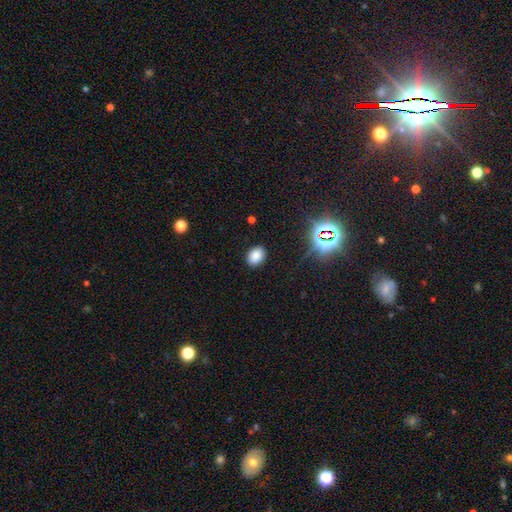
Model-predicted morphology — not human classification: Smooth or featured: smooth — 82% (star or artifact — 14%)
How rounded: in between — 76% (round — 23%)
Merging: none — 88% (minor disturbance — 8%)